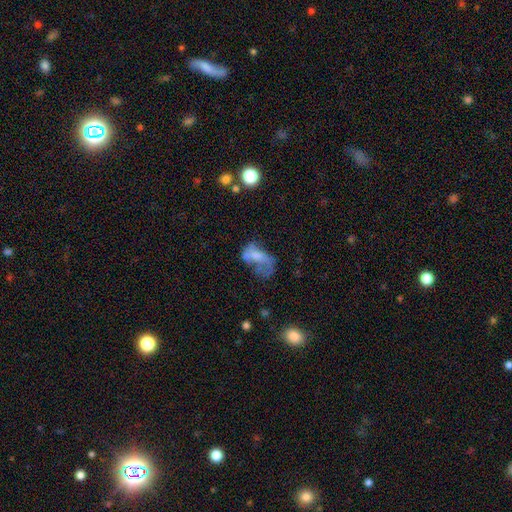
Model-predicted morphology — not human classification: smooth-or-featured: featured or disk: 44% | smooth: 43% | star or artifact: 13%
  merging: major disturbance: 42% | none: 23% | minor disturbance: 19% | merger: 16%